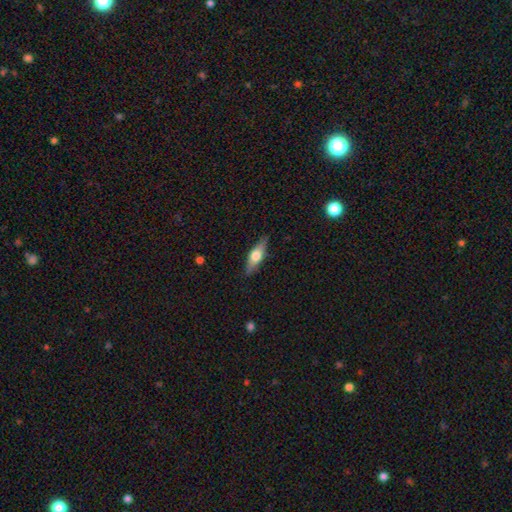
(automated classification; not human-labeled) smooth_or_featured: smooth (p=0.48) [alt: featured or disk p=0.46]
merging: none (p=0.85) [alt: minor disturbance p=0.12]